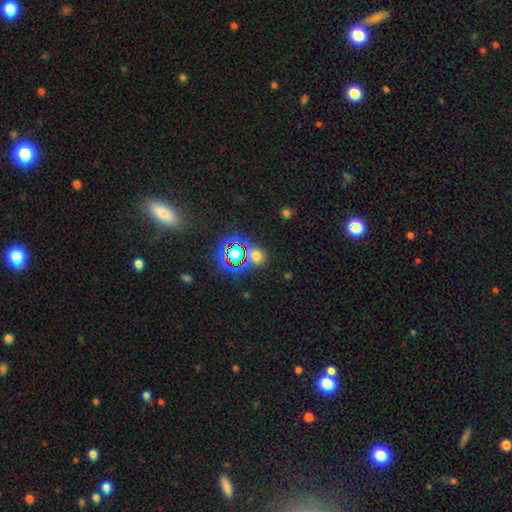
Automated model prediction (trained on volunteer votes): smooth_or_featured: smooth (p=0.51) [alt: star or artifact p=0.41]
how_rounded: round (p=0.75) [alt: in between p=0.23]
merging: none (p=0.72) [alt: merger p=0.12]